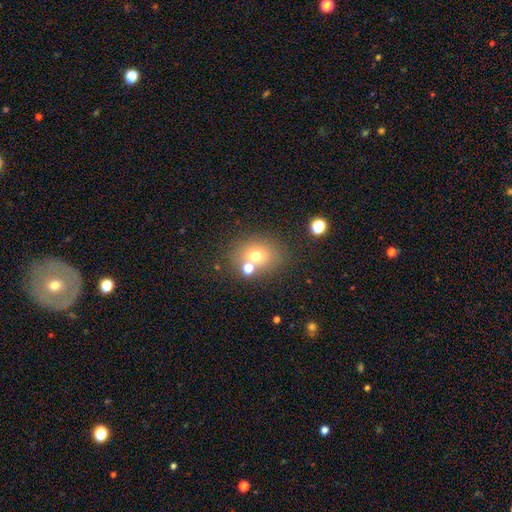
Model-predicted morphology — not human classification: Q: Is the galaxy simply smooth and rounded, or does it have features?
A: smooth — 68%.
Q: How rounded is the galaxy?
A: round — 63%.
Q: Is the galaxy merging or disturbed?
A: none — 64%.